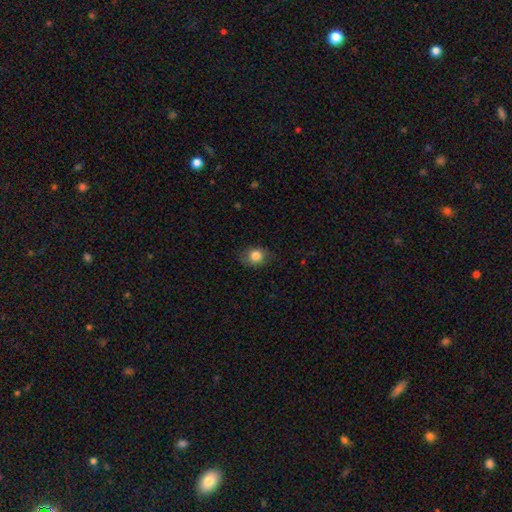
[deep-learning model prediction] Smooth or featured? smooth (83%)
How rounded? round (57%)
Merging? none (80%)